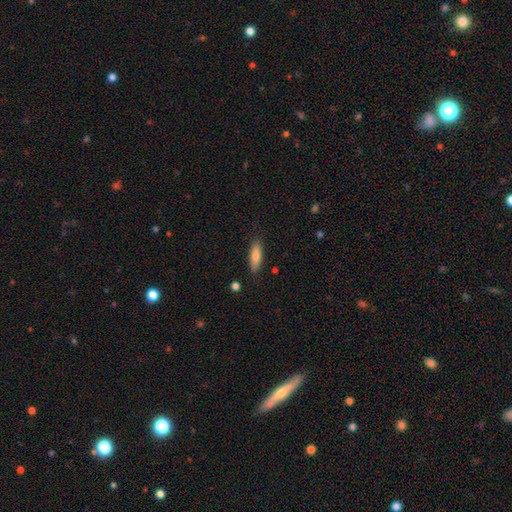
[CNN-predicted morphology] The model was most divided on "how rounded": cigar-shaped: 52%, in between: 46%, round: 2%. More confident: merging — none (84%); smooth or featured — smooth (81%).